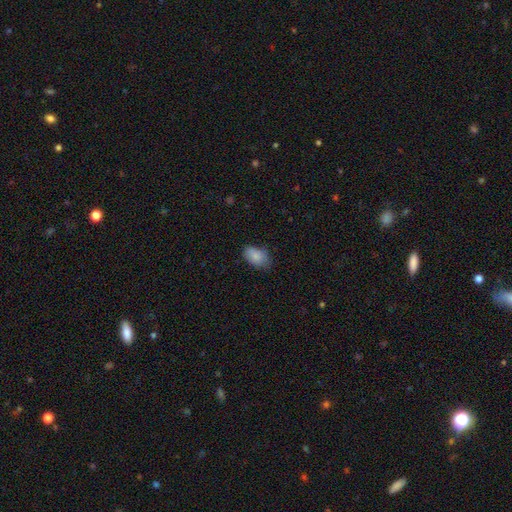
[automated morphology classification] smooth_or_featured: smooth (p=0.85) [alt: star or artifact p=0.07]
how_rounded: in between (p=0.89) [alt: round p=0.10]
merging: none (p=0.63) [alt: minor disturbance p=0.30]